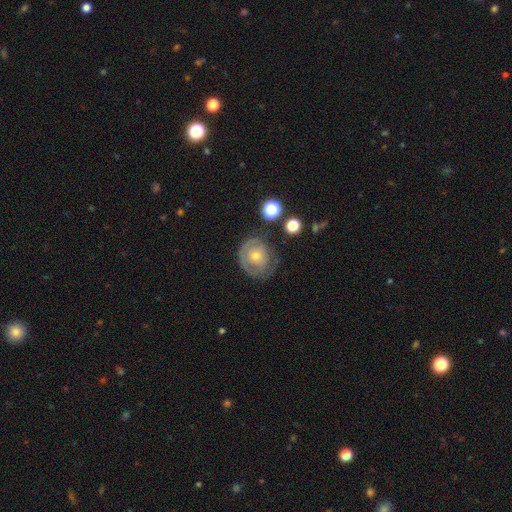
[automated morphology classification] Smooth or featured? featured or disk (53%)
Edge-on disk? no (96%)
Bar? no (85%)
Spiral arms? yes (50%, tied with no)
Bulge size? small (51%)
Merging? none (58%)